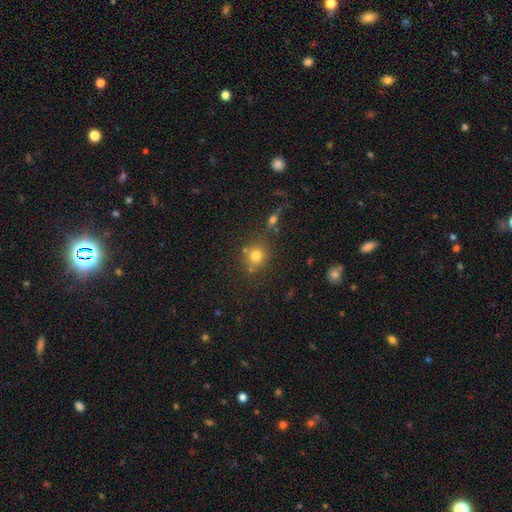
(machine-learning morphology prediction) A smooth galaxy with no disk features (76%) that is round (84%).

Vote fractions:
- Smooth or featured? smooth: 76% / star or artifact: 15% / featured or disk: 8%
- How rounded? round: 84% / in between: 15% / cigar-shaped: 1%
- Merging? none: 71% / merger: 13% / minor disturbance: 11% / major disturbance: 5%